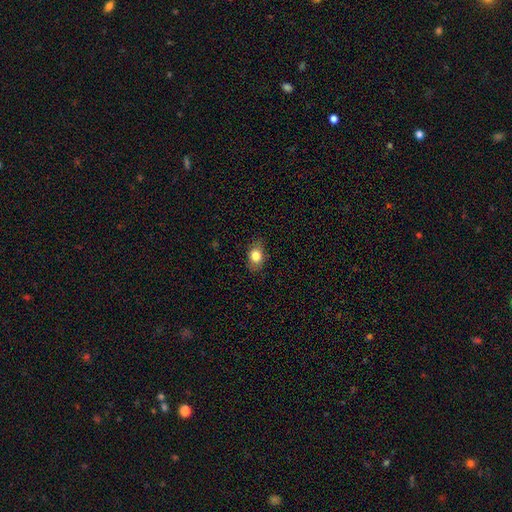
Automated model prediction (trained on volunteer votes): This is clearly a smooth galaxy (80%). How rounded: likely in between (72%). Merging: clearly none (81%).